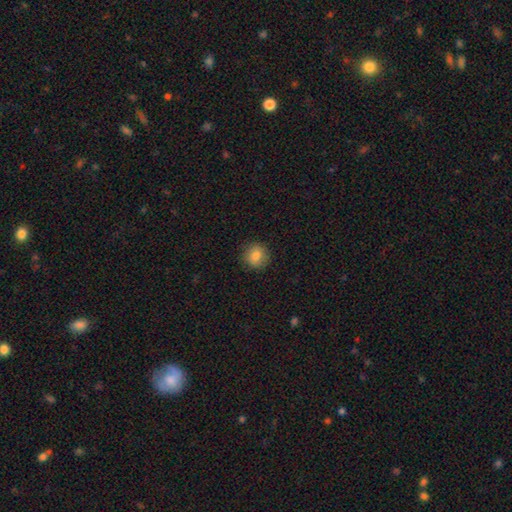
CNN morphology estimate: smooth 83%, star or artifact 9%, featured or disk 8%. Down the decision tree: how rounded — round (89%); merging — none (89%).